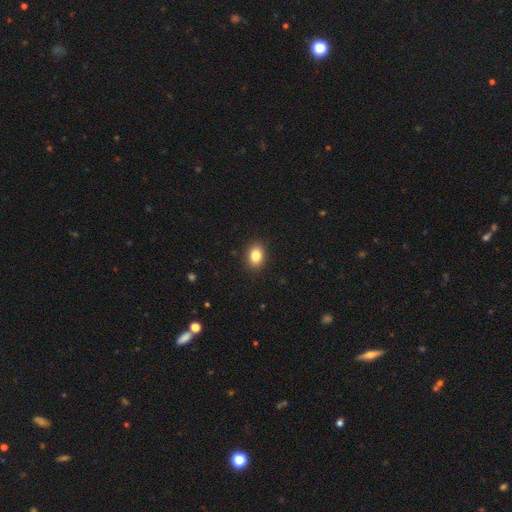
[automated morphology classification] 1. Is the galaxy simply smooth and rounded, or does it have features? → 84% smooth, 10% star or artifact, 6% featured or disk.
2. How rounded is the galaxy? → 64% in between, 35% round, 1% cigar-shaped.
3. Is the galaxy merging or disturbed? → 90% none, 7% minor disturbance, 2% major disturbance, 1% merger.